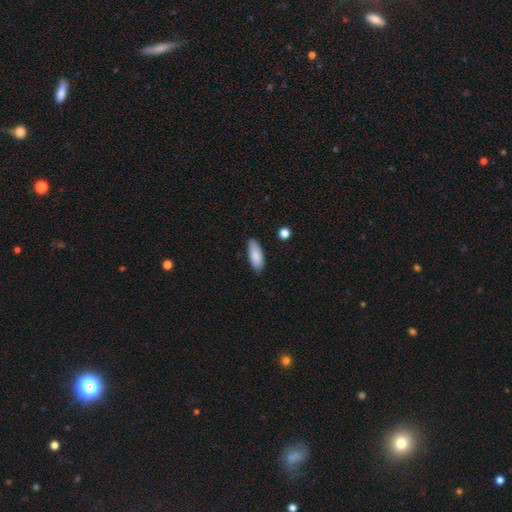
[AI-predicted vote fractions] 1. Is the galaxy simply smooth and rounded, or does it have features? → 87% smooth, 6% featured or disk, 6% star or artifact.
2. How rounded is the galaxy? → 77% in between, 21% cigar-shaped, 2% round.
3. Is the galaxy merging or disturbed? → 79% none, 17% minor disturbance, 3% major disturbance, 2% merger.